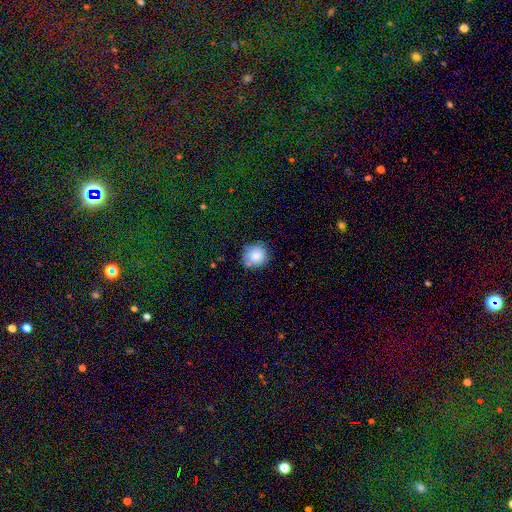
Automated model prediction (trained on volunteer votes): smooth 84%, star or artifact 9%, featured or disk 8%. Down the decision tree: how rounded — round (90%); merging — none (77%).